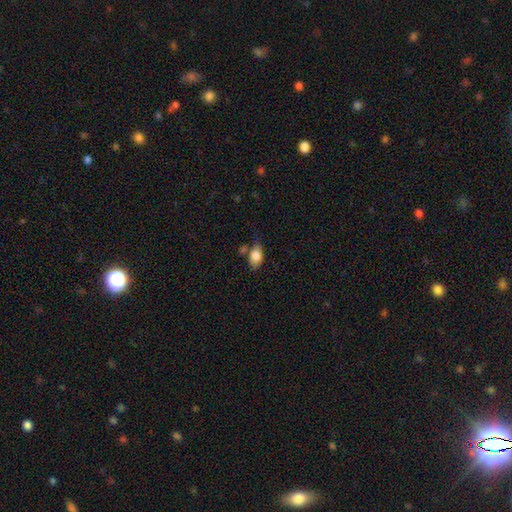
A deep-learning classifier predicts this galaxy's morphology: Smooth or featured? Predicted: smooth (p=0.81). How rounded? Predicted: in between (p=0.84). Merging? Predicted: none (p=0.53).